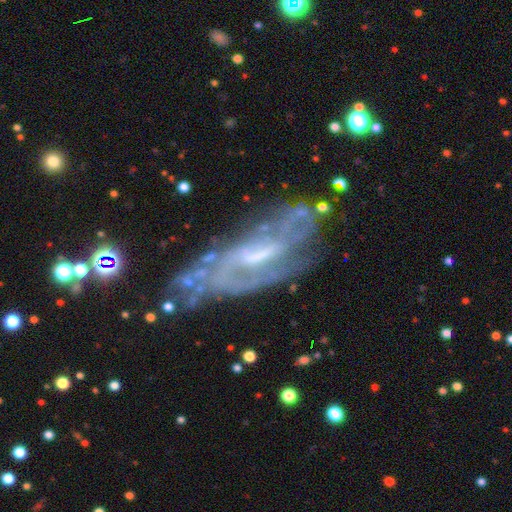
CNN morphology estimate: smooth-or-featured: featured or disk: 78% | smooth: 14% | star or artifact: 8%
  disk-edge-on: no: 86% | yes: 14%
    bar: weak: 48% | strong: 28% | no: 25%
    has-spiral-arms: yes: 75% | no: 25%
      spiral-winding: medium: 39% | tight: 35% | loose: 26%
      spiral-arm-count: can't tell: 48% | 2: 32% | 3: 7% | 1: 6% | 4: 4% | more than 4: 3%
    bulge-size: small: 38% | moderate: 31% | none: 26% | large: 4% | dominant: 1%
  merging: none: 57% | minor disturbance: 23% | major disturbance: 16% | merger: 5%